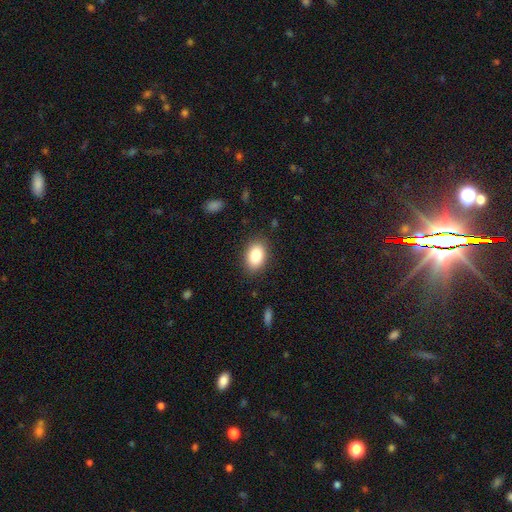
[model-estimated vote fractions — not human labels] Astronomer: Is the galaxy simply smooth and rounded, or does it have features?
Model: smooth — 86%.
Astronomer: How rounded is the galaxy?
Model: in between — 88%.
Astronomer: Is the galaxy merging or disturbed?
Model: none — 85%.